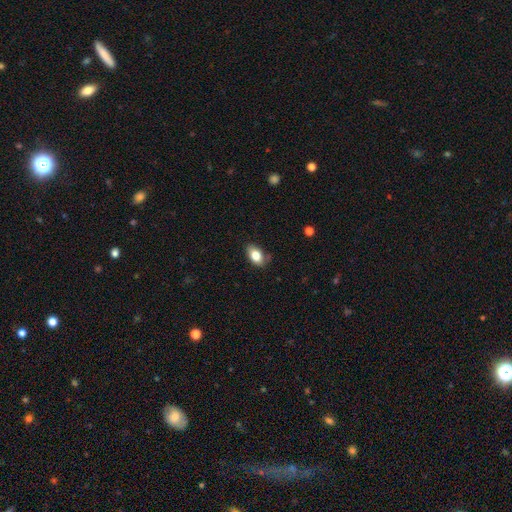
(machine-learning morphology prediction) Q: Smooth or featured?
A: smooth (82%); runner-up: featured or disk (10%)
Q: How rounded?
A: in between (89%); runner-up: round (10%)
Q: Merging?
A: none (78%); runner-up: minor disturbance (17%)